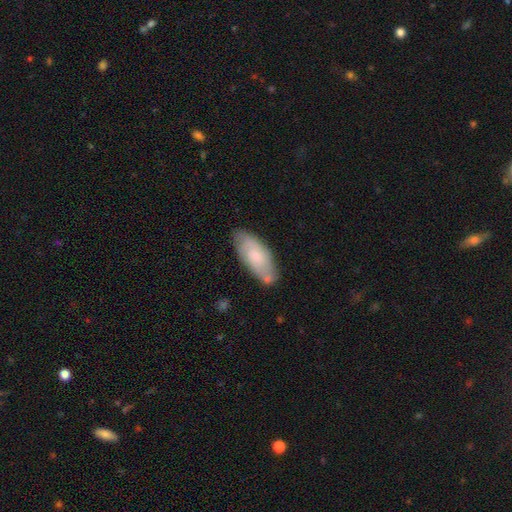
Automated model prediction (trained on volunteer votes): This appears to be a smooth galaxy with no disk features (50%). Merging: none (69%).